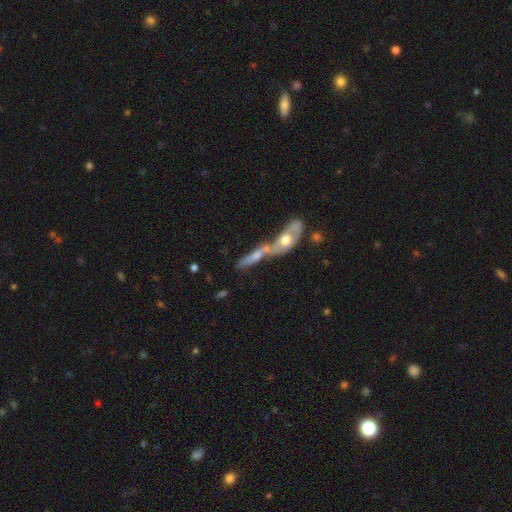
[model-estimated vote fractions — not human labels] This appears to be a smooth galaxy with no disk features (46%, tied with featured or disk). Merging: merger (64%).